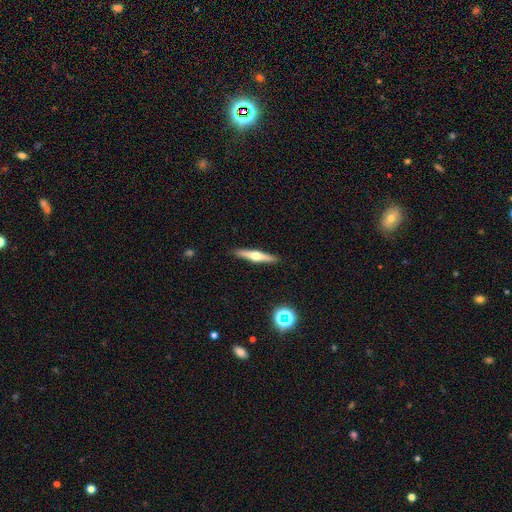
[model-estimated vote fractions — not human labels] Smooth or featured?
  - featured or disk: 64% *
  - smooth: 29%
  - star or artifact: 6%
Edge-on disk?
  - yes: 97% *
  - no: 3%
Edge-on bulge?
  - rounded: 94% *
  - none: 4%
  - boxy: 3%
Merging?
  - none: 91% *
  - minor disturbance: 6%
  - major disturbance: 1%
  - merger: 1%